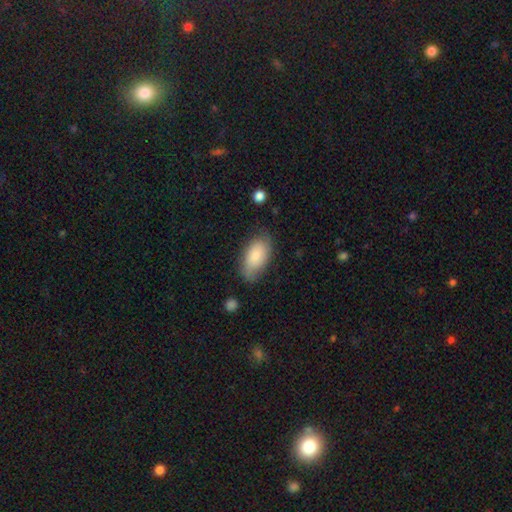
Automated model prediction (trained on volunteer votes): A smooth galaxy with no disk features (74%) that is in between round and cigar-shaped (94%). Merging: none (68%).